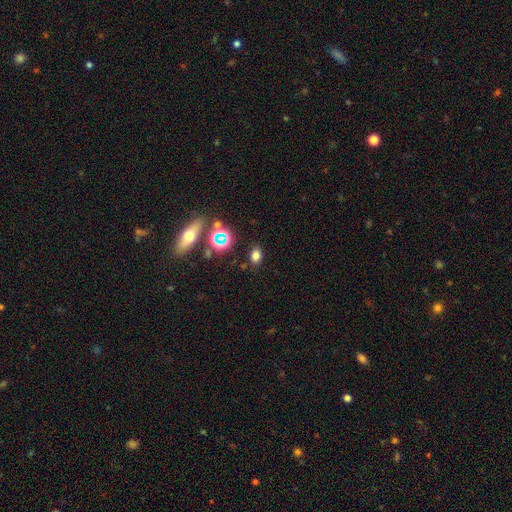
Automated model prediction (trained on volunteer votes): smooth 71%, star or artifact 20%, featured or disk 9%. Down the decision tree: how rounded — in between (73%); merging — none (83%).